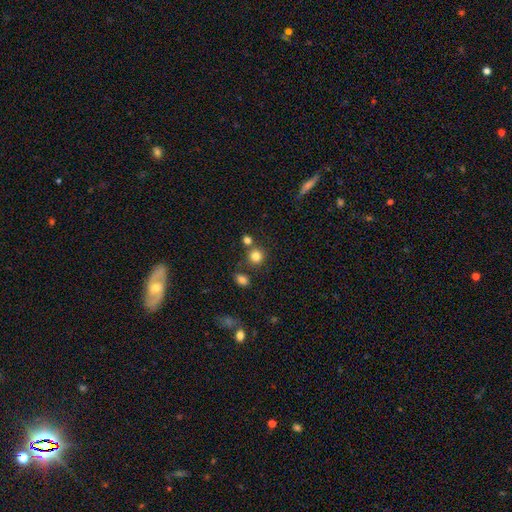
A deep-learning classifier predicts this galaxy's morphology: smooth-or-featured: smooth: 81% | star or artifact: 13% | featured or disk: 6%
  how-rounded: round: 91% | in between: 8% | cigar-shaped: 1%
  merging: none: 75% | merger: 14% | minor disturbance: 8% | major disturbance: 3%